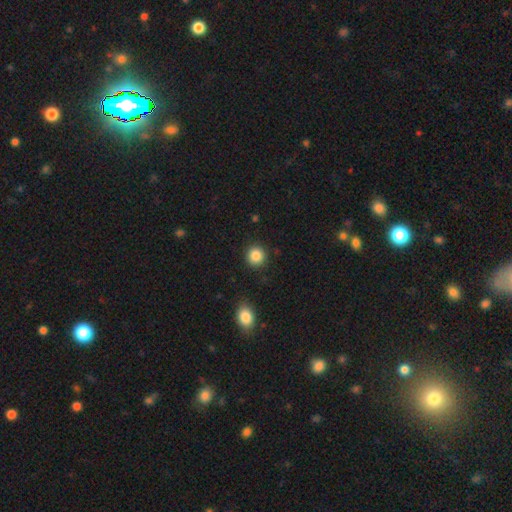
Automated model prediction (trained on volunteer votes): smooth-or-featured: smooth: 86% | star or artifact: 10% | featured or disk: 4%
  how-rounded: round: 92% | in between: 7% | cigar-shaped: 1%
  merging: none: 90% | minor disturbance: 6% | major disturbance: 2% | merger: 2%